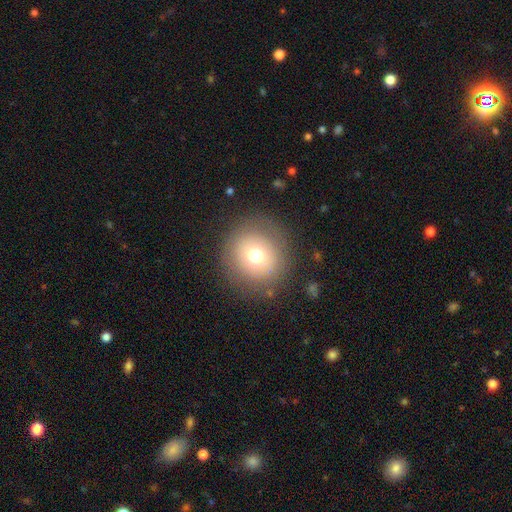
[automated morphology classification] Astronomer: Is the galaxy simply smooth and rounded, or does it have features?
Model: smooth — 70%.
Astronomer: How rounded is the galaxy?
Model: round — 93%.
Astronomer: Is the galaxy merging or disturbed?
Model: none — 85%.